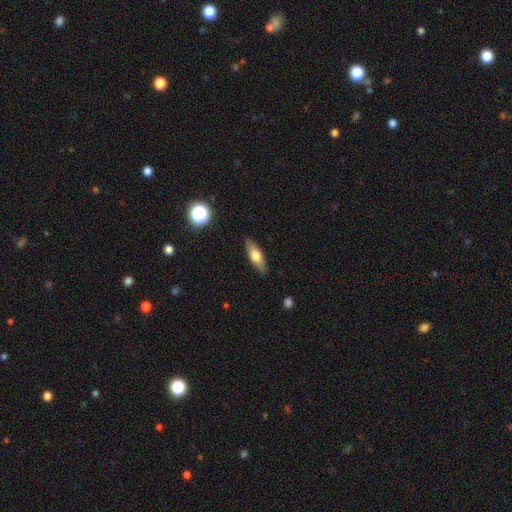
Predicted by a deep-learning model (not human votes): smooth 56%, featured or disk 37%, star or artifact 7%. Down the decision tree: how rounded — in between (48%, tied with cigar-shaped); merging — none (87%).